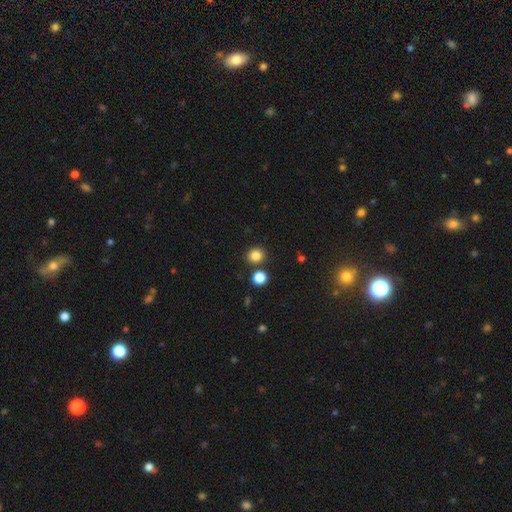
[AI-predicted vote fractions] Smooth or featured?
  - smooth: 83% *
  - star or artifact: 12%
  - featured or disk: 4%
How rounded?
  - round: 84% *
  - in between: 15%
  - cigar-shaped: 1%
Merging?
  - none: 82% *
  - merger: 9%
  - minor disturbance: 7%
  - major disturbance: 2%